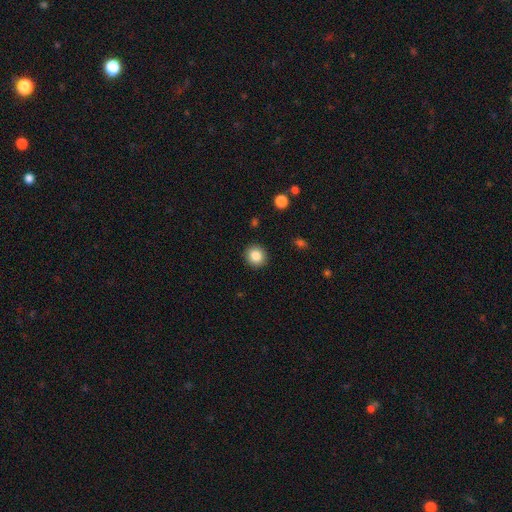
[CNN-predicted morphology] This is clearly a smooth galaxy (85%). How rounded: clearly round (87%). Merging: clearly none (91%).